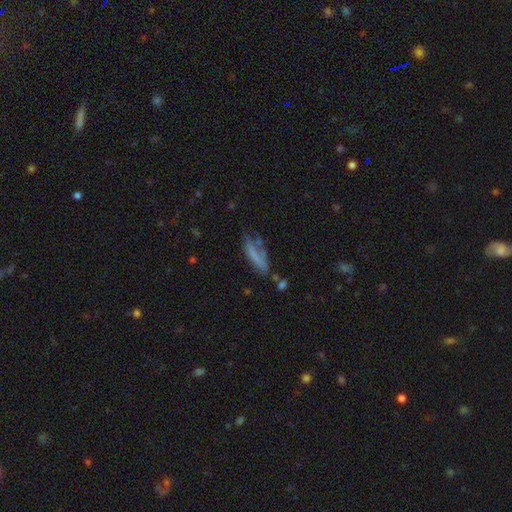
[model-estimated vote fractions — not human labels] This is likely a smooth galaxy (64%). How rounded: likely cigar-shaped (71%). Merging: possibly none (49%).